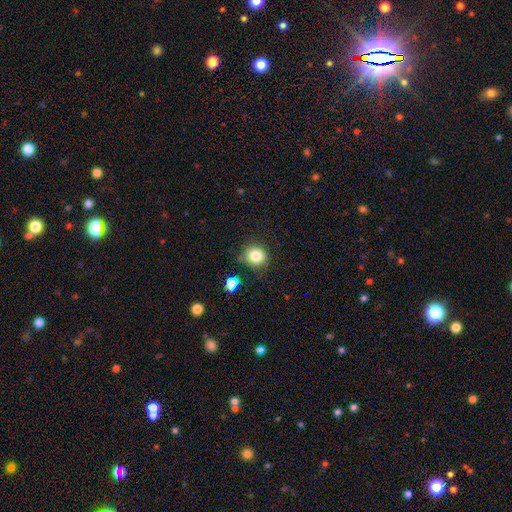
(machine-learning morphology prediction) Q: Smooth or featured?
A: smooth (82%); runner-up: star or artifact (12%)
Q: How rounded?
A: round (87%); runner-up: in between (12%)
Q: Merging?
A: none (78%); runner-up: minor disturbance (14%)